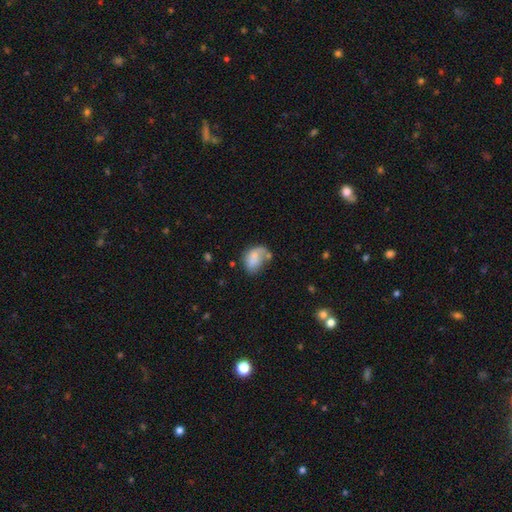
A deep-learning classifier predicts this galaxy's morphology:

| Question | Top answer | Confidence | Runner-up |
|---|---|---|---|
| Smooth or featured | smooth | 67% | featured or disk (24%) |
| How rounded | in between | 77% | round (22%) |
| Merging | none | 34% | minor disturbance (26%) |